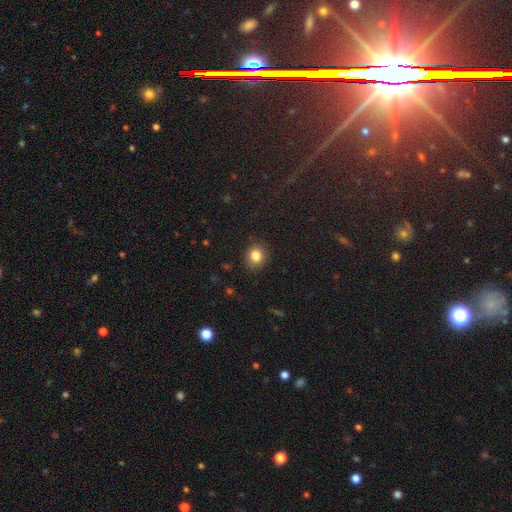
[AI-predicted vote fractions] This appears to be a smooth galaxy with no disk features (84%) that is round (69%). Merging: none (85%).